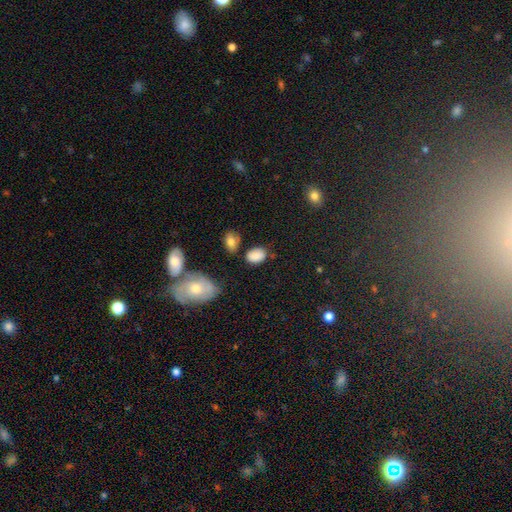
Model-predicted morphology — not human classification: Smooth or featured?
  - smooth: 84% *
  - star or artifact: 10%
  - featured or disk: 6%
How rounded?
  - in between: 82% *
  - round: 16%
  - cigar-shaped: 1%
Merging?
  - none: 68% *
  - minor disturbance: 20%
  - merger: 7%
  - major disturbance: 5%